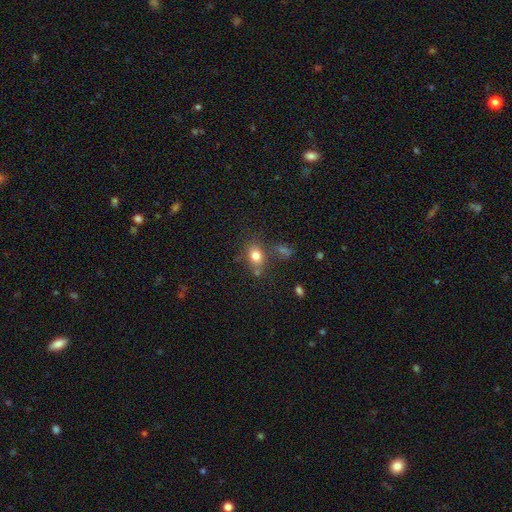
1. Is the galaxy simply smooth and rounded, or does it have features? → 78% smooth, 12% star or artifact, 10% featured or disk.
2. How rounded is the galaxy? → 58% in between, 42% round, 0% cigar-shaped.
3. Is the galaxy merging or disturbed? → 74% none, 11% minor disturbance, 9% merger, 6% major disturbance.